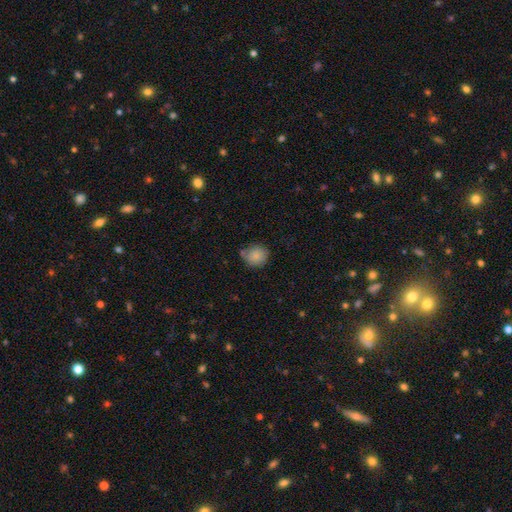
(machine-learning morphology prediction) Smooth or featured?
  - smooth: 85% *
  - star or artifact: 8%
  - featured or disk: 6%
How rounded?
  - round: 84% *
  - in between: 15%
  - cigar-shaped: 1%
Merging?
  - none: 67% *
  - minor disturbance: 21%
  - merger: 7%
  - major disturbance: 5%